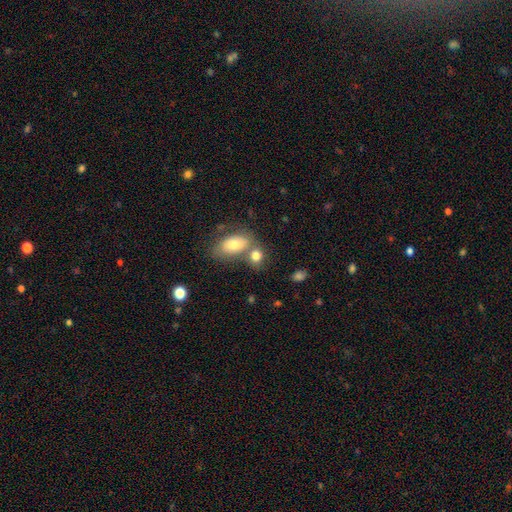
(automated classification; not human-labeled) smooth 78%, featured or disk 13%, star or artifact 9%. Down the decision tree: how rounded — in between (66%); merging — none (44%).